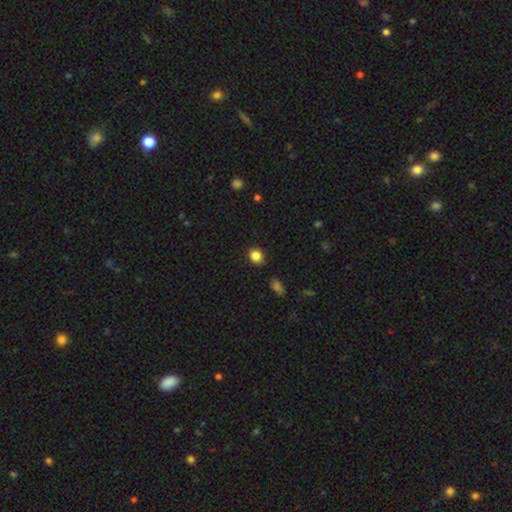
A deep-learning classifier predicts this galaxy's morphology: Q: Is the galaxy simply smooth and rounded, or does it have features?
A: smooth — 84%.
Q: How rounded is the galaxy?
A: round — 62%.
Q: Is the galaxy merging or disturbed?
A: none — 85%.